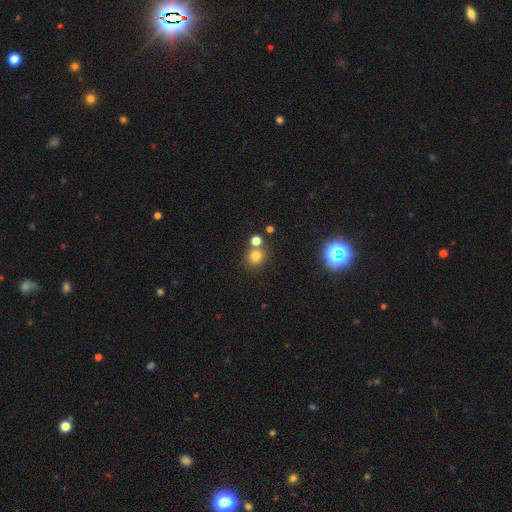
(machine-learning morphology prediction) Smooth or featured?
  - smooth: 76% *
  - star or artifact: 16%
  - featured or disk: 7%
How rounded?
  - round: 85% *
  - in between: 14%
  - cigar-shaped: 1%
Merging?
  - none: 65% *
  - merger: 24%
  - minor disturbance: 9%
  - major disturbance: 3%